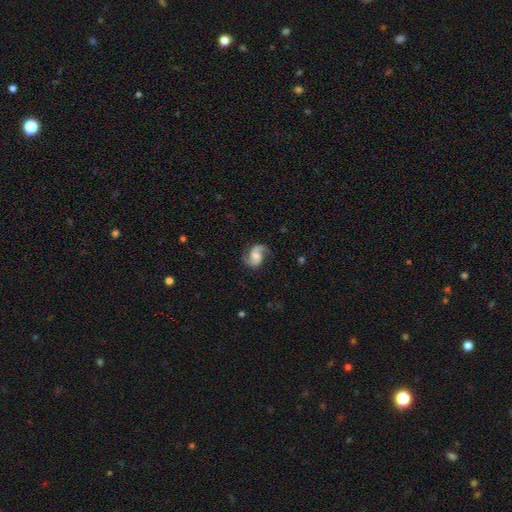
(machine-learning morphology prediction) Smooth or featured: featured or disk — 84% (smooth — 10%)
Edge-on disk: no — 98% (yes — 2%)
Bar: no — 51% (weak — 39%)
Spiral arms: yes — 97% (no — 3%)
Spiral winding: medium — 45% (loose — 43%)
Spiral arm count: 2 — 91% (1 — 4%)
Bulge size: moderate — 44% (small — 30%)
Merging: none — 75% (minor disturbance — 16%)